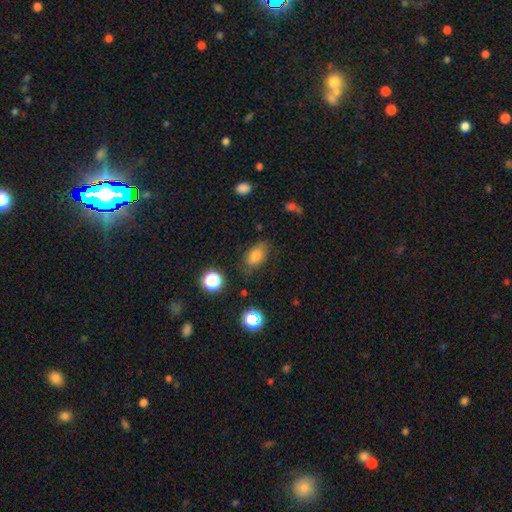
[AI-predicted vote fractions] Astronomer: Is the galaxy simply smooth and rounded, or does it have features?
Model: smooth — 79%.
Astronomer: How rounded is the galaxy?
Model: in between — 86%.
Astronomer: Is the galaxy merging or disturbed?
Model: none — 74%.